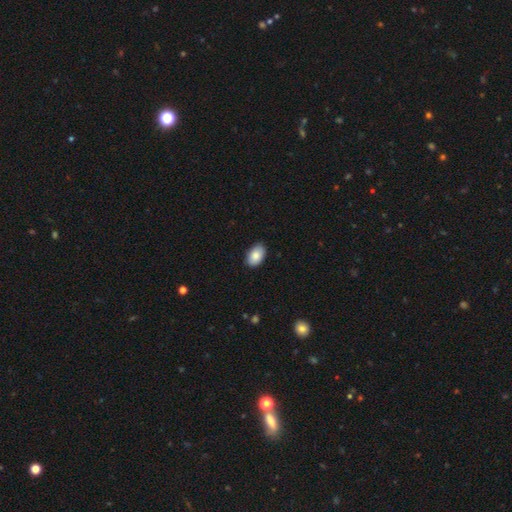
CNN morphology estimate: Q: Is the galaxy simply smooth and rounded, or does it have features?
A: smooth — 86%.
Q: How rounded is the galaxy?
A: in between — 91%.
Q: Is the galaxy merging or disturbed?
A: none — 87%.